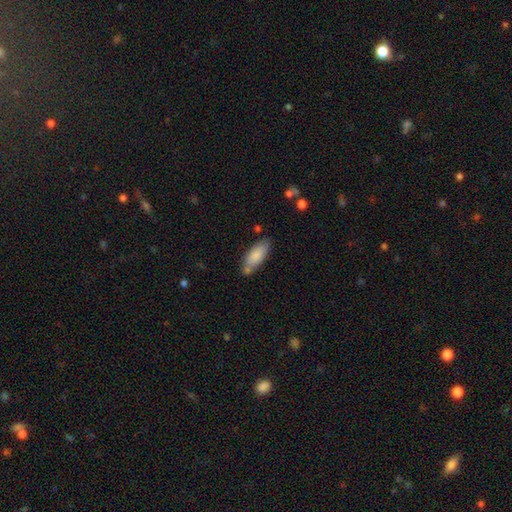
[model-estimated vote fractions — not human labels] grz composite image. It shows a smooth galaxy with no disk features (83%) that is in between round and cigar-shaped (75%). Merging: none (65%).